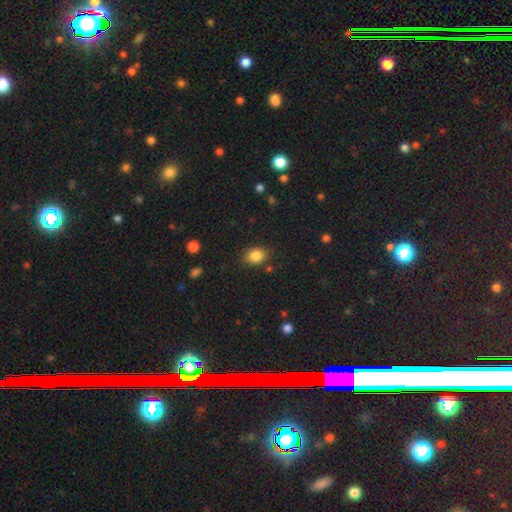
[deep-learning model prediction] smooth-or-featured: smooth: 85% | star or artifact: 10% | featured or disk: 5%
  how-rounded: in between: 66% | round: 32% | cigar-shaped: 1%
  merging: none: 83% | minor disturbance: 12% | major disturbance: 3% | merger: 2%